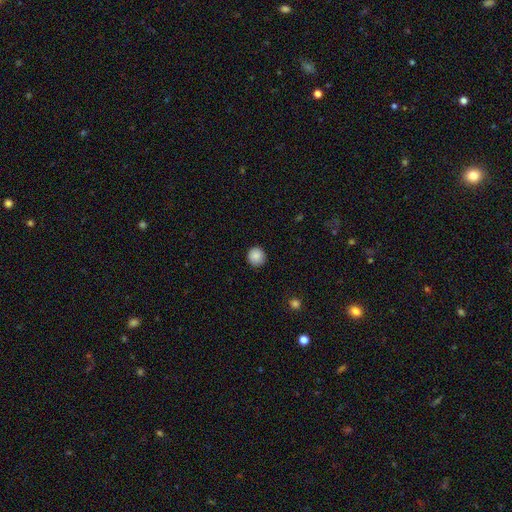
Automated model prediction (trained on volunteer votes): Morphology: type=smooth (88%); roundness=round (93%); merging=none (91%).